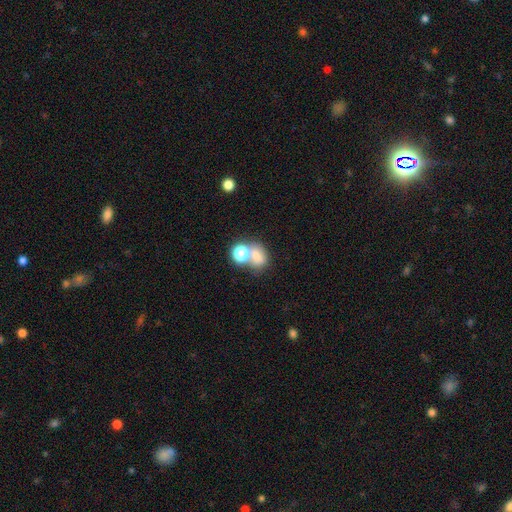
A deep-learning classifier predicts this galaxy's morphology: smooth-or-featured: smooth: 69% | star or artifact: 18% | featured or disk: 13%
  how-rounded: in between: 53% | round: 46% | cigar-shaped: 1%
  merging: merger: 46% | none: 35% | minor disturbance: 11% | major disturbance: 8%